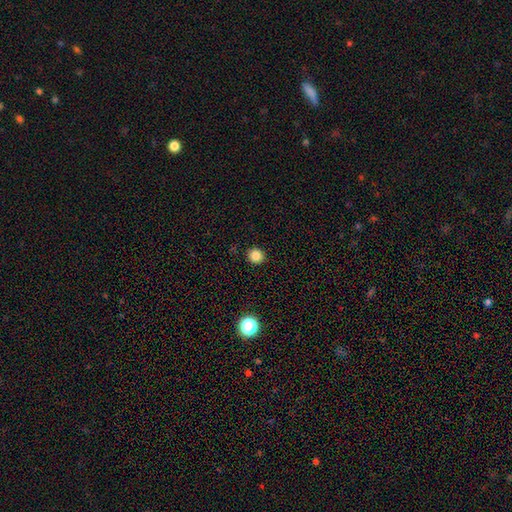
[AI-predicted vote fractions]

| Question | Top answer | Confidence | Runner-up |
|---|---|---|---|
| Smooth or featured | smooth | 84% | star or artifact (12%) |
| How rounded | round | 91% | in between (8%) |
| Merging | none | 92% | minor disturbance (5%) |